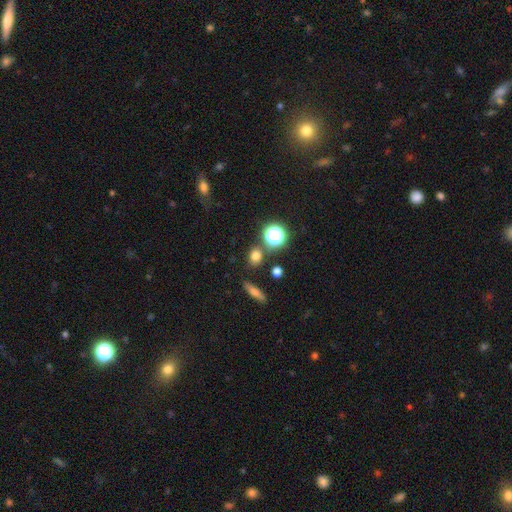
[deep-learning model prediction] A smooth galaxy with no disk features (72%) that is round (67%).

Vote fractions:
- Smooth or featured? smooth: 72% / star or artifact: 20% / featured or disk: 7%
- How rounded? round: 67% / in between: 30% / cigar-shaped: 3%
- Merging? none: 80% / minor disturbance: 10% / merger: 7% / major disturbance: 3%